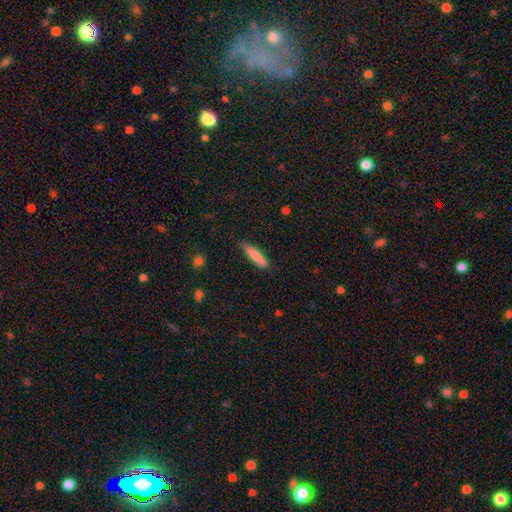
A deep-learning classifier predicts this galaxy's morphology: A smooth galaxy with no disk features (82%) that is cigar-shaped (82%). Merging: none (83%).